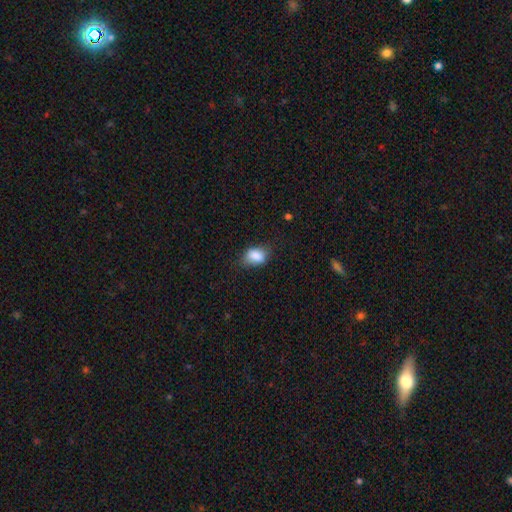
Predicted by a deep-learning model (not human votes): Q: Smooth or featured?
A: smooth (85%); runner-up: star or artifact (9%)
Q: How rounded?
A: in between (74%); runner-up: round (25%)
Q: Merging?
A: none (63%); runner-up: minor disturbance (27%)